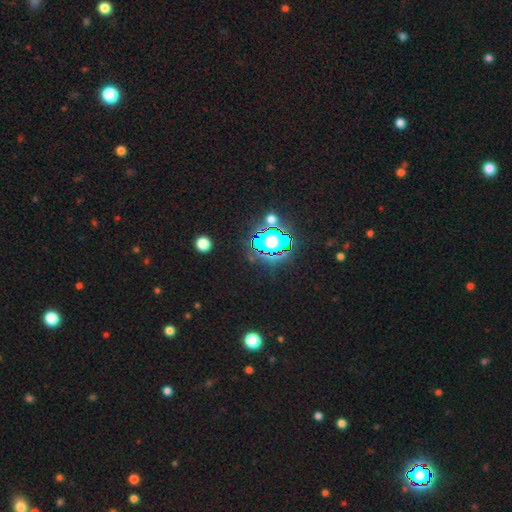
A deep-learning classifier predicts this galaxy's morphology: The model was most divided on "smooth or featured": star or artifact: 83%, smooth: 10%, featured or disk: 7%.